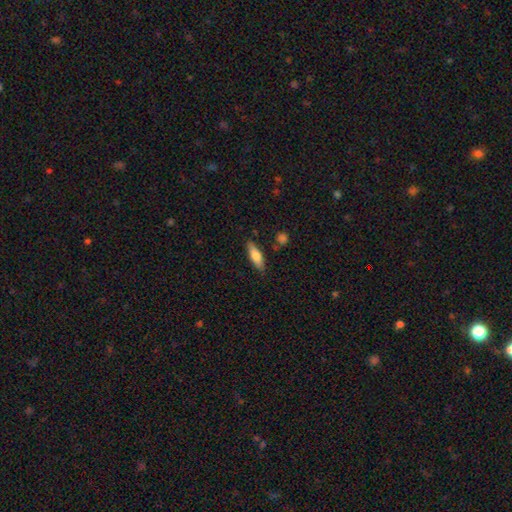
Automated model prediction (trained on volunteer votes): Q: Smooth or featured?
A: smooth (74%); runner-up: featured or disk (20%)
Q: How rounded?
A: cigar-shaped (49%); tied with: in between (49%)
Q: Merging?
A: none (82%); runner-up: minor disturbance (12%)